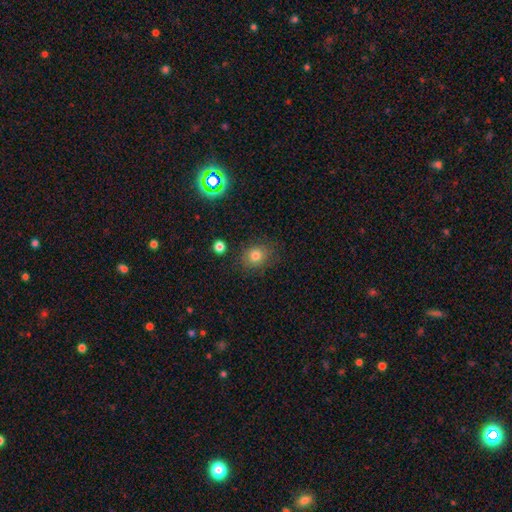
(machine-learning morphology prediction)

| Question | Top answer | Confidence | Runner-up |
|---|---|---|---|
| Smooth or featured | smooth | 79% | star or artifact (13%) |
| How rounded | round | 64% | in between (35%) |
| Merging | none | 81% | minor disturbance (13%) |